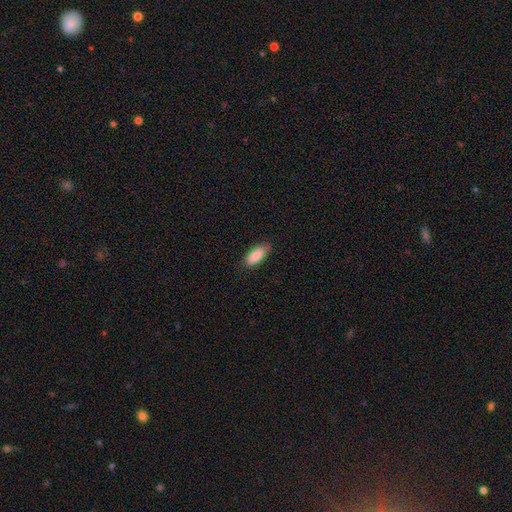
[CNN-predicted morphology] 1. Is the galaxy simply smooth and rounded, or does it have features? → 89% smooth, 6% star or artifact, 5% featured or disk.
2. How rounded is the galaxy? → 81% in between, 17% cigar-shaped, 2% round.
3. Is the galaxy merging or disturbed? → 79% none, 17% minor disturbance, 3% major disturbance, 1% merger.